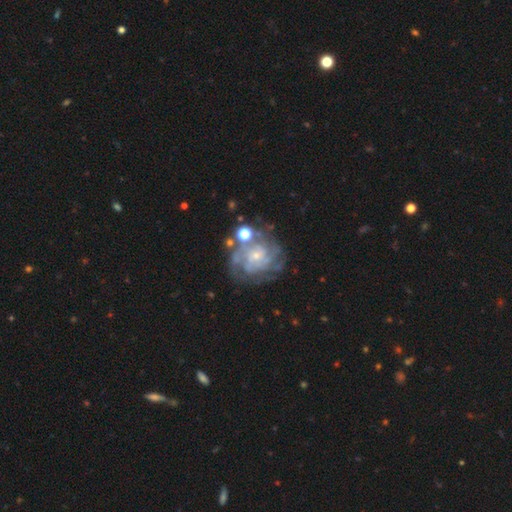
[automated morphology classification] Overall: featured or disk (81%). Edge-on disk: no (98%). Bar: no (71%). Spiral arms: yes (90%). Spiral arm count: can't tell (37%; 4 21%). Spiral winding: tight (59%; medium 31%). Bulge size: small (76%). Merging: none (65%).